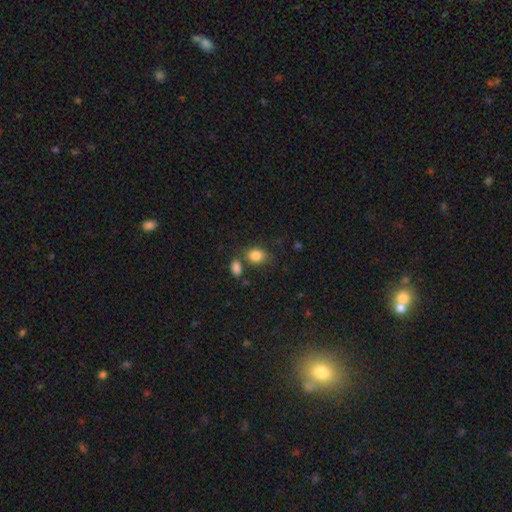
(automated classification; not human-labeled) Smooth or featured: smooth — 85% (star or artifact — 9%)
How rounded: in between — 65% (round — 34%)
Merging: none — 62% (merger — 18%)